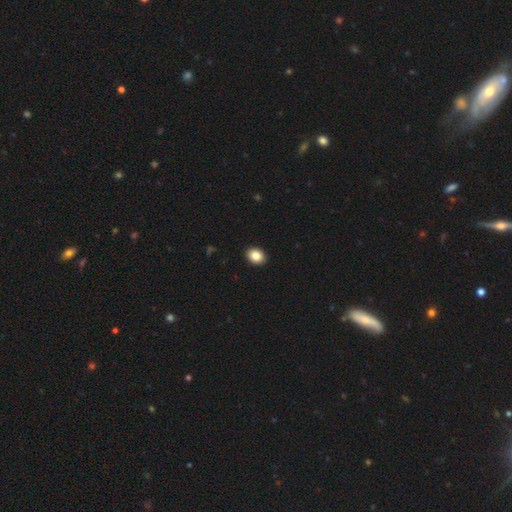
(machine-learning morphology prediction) smooth 87%, star or artifact 8%, featured or disk 5%. Down the decision tree: how rounded — in between (60%); merging — none (92%).